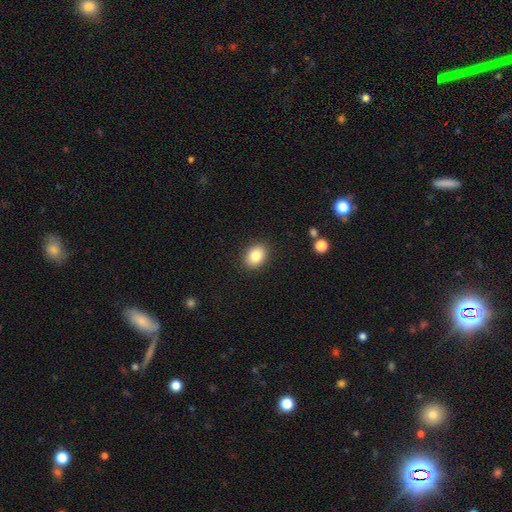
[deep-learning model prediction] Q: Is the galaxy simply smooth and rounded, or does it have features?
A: smooth — 84%.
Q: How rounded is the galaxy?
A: in between — 60%.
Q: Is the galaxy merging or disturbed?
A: none — 90%.